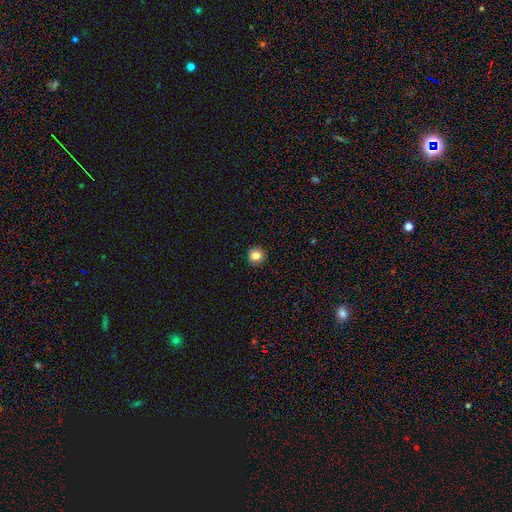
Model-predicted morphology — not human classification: type=smooth (82%); roundness=round (88%); merging=none (90%).